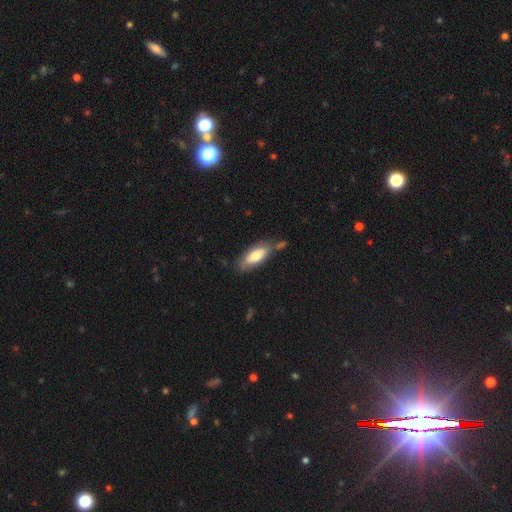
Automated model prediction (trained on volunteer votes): This is likely a smooth galaxy (67%). How rounded: likely in between (74%). Merging: likely none (64%).